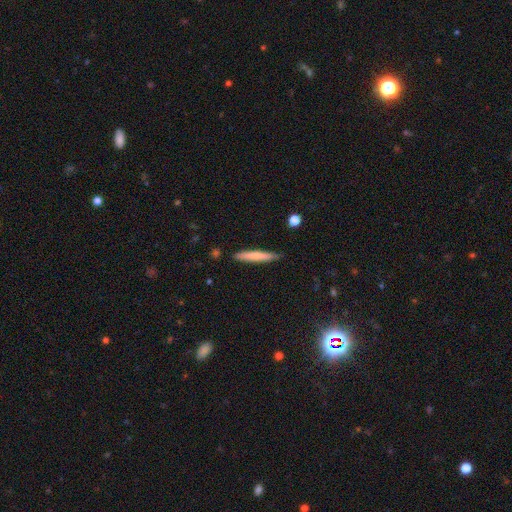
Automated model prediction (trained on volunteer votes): Overall: smooth (70%). How rounded: cigar-shaped (94%). Merging: none (83%).